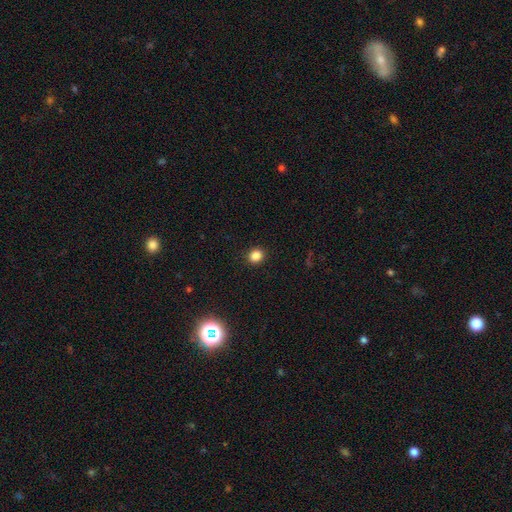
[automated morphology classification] Smooth or featured?
  - smooth: 85% *
  - star or artifact: 12%
  - featured or disk: 4%
How rounded?
  - round: 81% *
  - in between: 18%
  - cigar-shaped: 1%
Merging?
  - none: 92% *
  - minor disturbance: 5%
  - major disturbance: 2%
  - merger: 1%